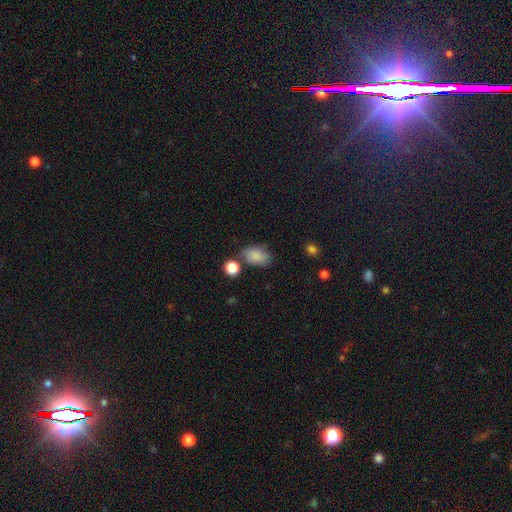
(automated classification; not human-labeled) This is clearly a smooth galaxy (85%). How rounded: clearly in between (86%). Merging: likely none (65%).